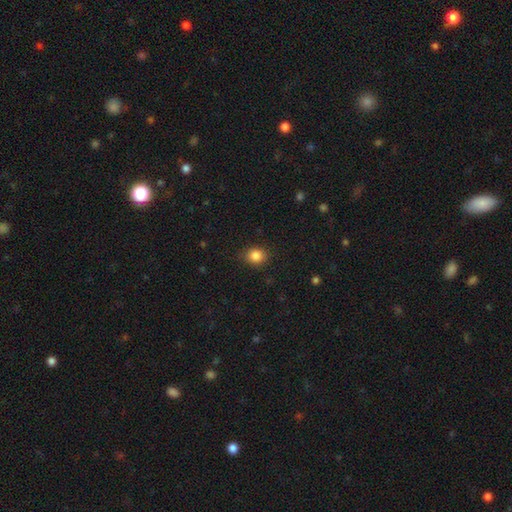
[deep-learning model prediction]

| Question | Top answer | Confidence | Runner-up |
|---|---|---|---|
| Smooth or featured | smooth | 85% | star or artifact (10%) |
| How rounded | round | 65% | in between (34%) |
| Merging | none | 83% | minor disturbance (13%) |